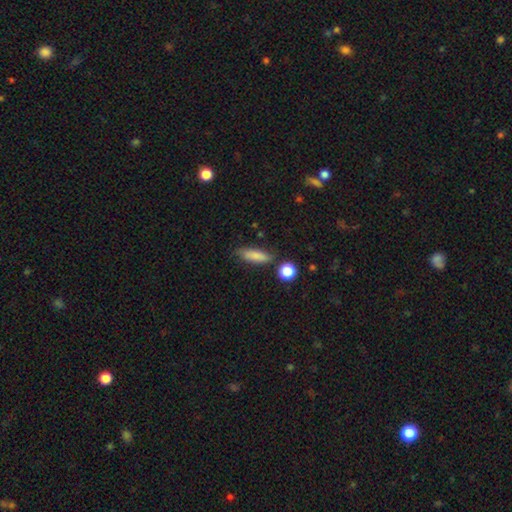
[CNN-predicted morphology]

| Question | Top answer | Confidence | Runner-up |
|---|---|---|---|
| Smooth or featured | smooth | 81% | featured or disk (11%) |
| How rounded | in between | 48% | tied: cigar-shaped (48%) |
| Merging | none | 75% | minor disturbance (17%) |